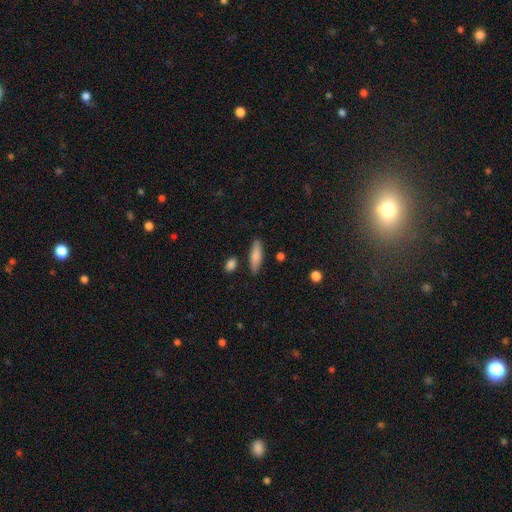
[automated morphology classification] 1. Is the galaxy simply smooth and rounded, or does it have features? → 82% smooth, 12% featured or disk, 6% star or artifact.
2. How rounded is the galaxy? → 56% cigar-shaped, 42% in between, 2% round.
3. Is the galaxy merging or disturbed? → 84% none, 10% minor disturbance, 3% merger, 2% major disturbance.